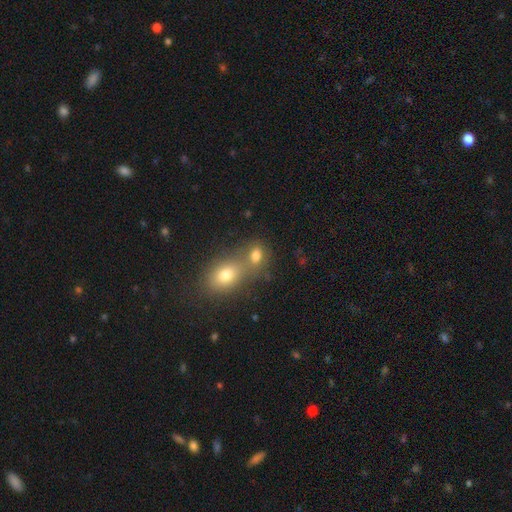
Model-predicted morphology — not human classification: The model was most divided on "merging": merger: 50%, none: 38%, minor disturbance: 8%, major disturbance: 4%. More confident: smooth or featured — smooth (76%); how rounded — in between (70%).